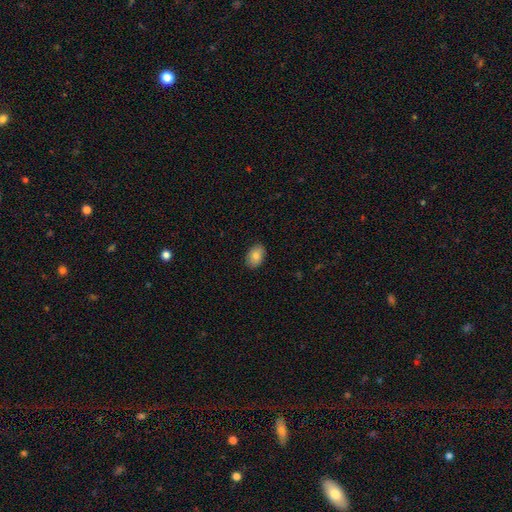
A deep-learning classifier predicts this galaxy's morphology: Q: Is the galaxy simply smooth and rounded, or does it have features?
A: smooth — 81%.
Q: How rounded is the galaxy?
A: in between — 86%.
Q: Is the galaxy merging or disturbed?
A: none — 88%.